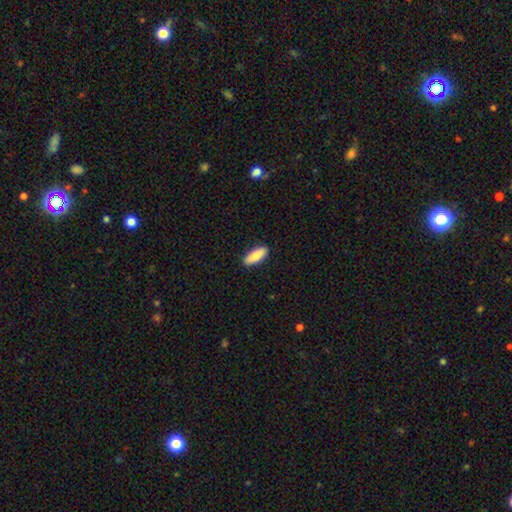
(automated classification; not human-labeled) Smooth or featured? Predicted: smooth (p=0.86). How rounded? Predicted: in between (p=0.68). Merging? Predicted: none (p=0.90).